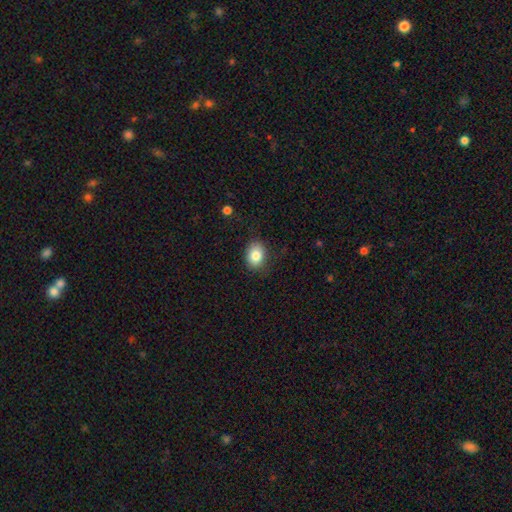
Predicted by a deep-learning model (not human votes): Smooth or featured? smooth (83%)
How rounded? in between (68%)
Merging? none (84%)